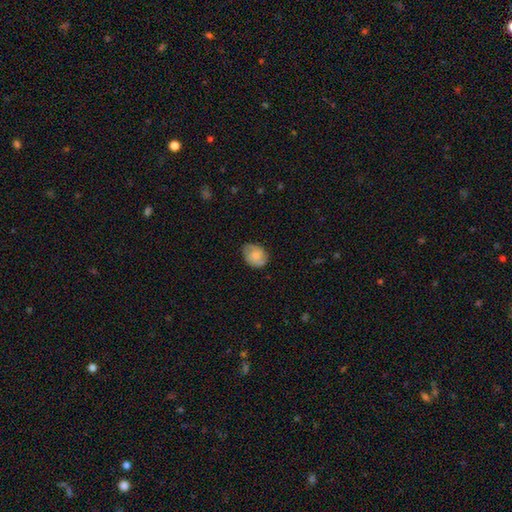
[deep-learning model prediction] Smooth or featured?
  - smooth: 48% *
  - featured or disk: 45%
  - star or artifact: 7%
Merging?
  - none: 75% *
  - minor disturbance: 19%
  - major disturbance: 5%
  - merger: 1%